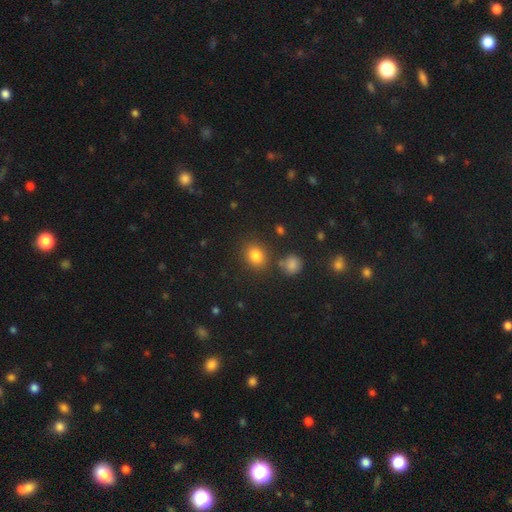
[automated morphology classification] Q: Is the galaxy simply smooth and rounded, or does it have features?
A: smooth — 83%.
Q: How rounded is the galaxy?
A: round — 61%.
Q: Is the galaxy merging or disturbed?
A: none — 79%.